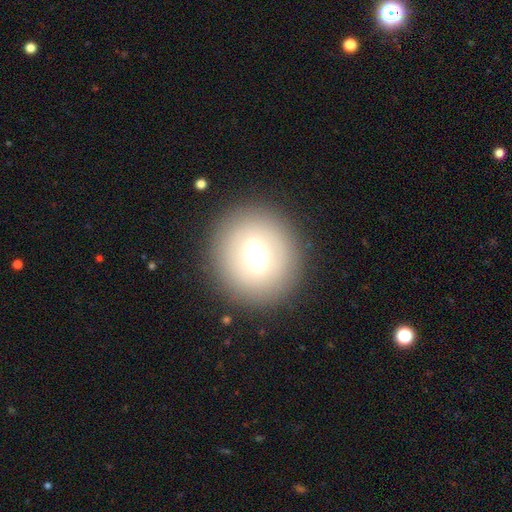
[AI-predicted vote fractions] Morphology: type=smooth (48%); merging=none (84%).